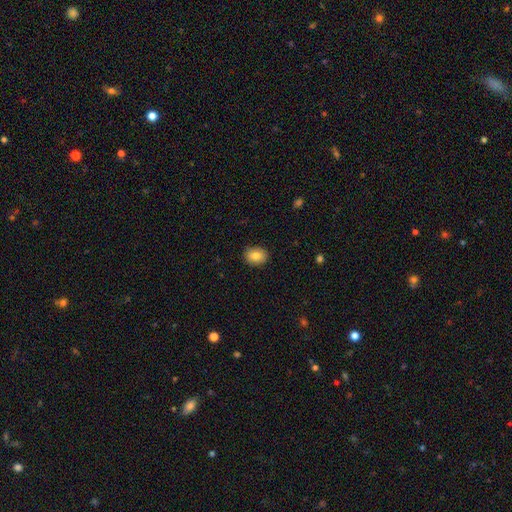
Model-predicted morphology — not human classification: A smooth galaxy with no disk features (82%) that is in between round and cigar-shaped (57%). Merging: none (89%).